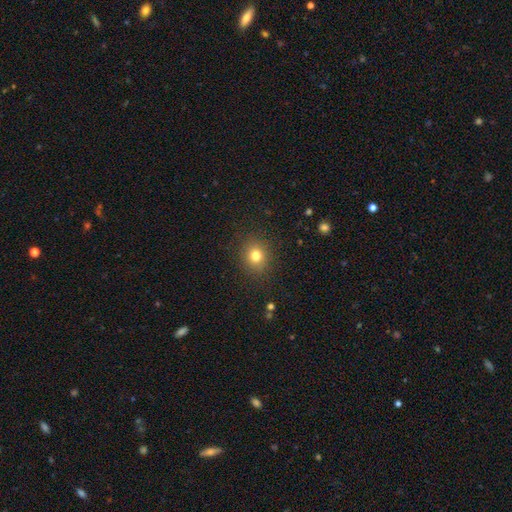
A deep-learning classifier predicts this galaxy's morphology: This is likely a smooth galaxy (78%). How rounded: likely round (76%). Merging: clearly none (88%).